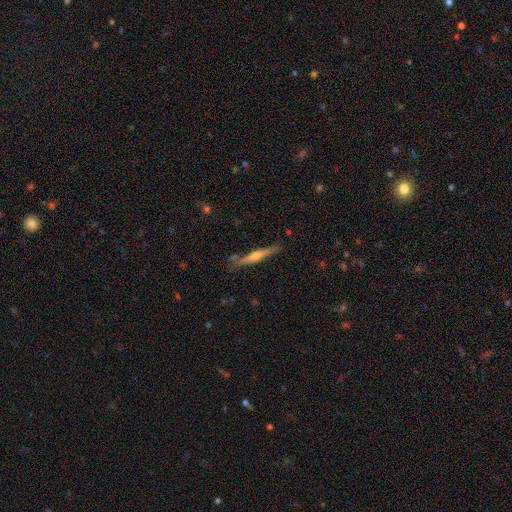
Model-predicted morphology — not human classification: Q: Smooth or featured?
A: featured or disk (66%); runner-up: smooth (28%)
Q: Edge-on disk?
A: yes (97%); runner-up: no (3%)
Q: Edge-on bulge?
A: rounded (83%); runner-up: none (11%)
Q: Merging?
A: none (83%); runner-up: minor disturbance (12%)